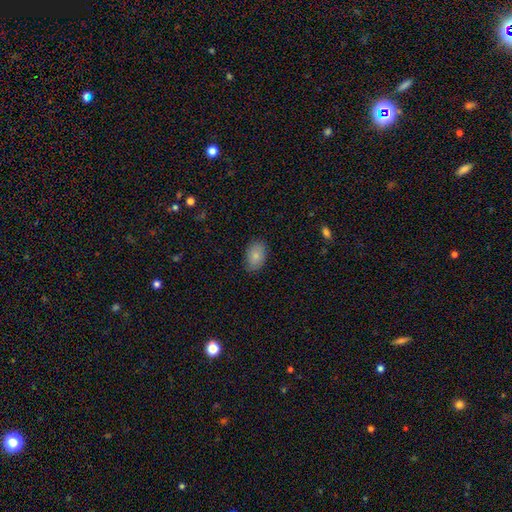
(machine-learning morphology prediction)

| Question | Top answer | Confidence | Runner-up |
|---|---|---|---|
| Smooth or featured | smooth | 82% | featured or disk (11%) |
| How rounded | in between | 89% | round (10%) |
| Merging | none | 83% | minor disturbance (13%) |